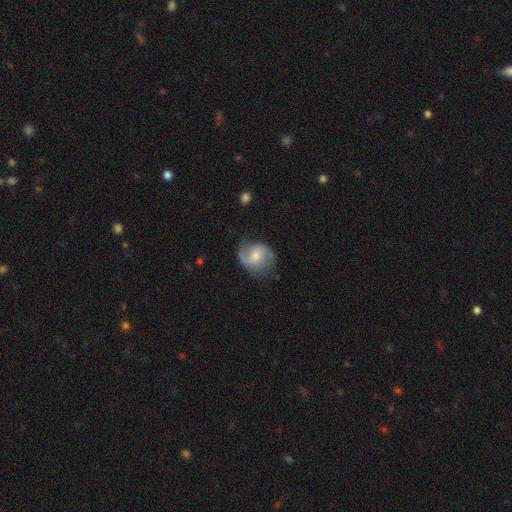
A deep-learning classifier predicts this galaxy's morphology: Smooth or featured: featured or disk — 77% (smooth — 17%)
Edge-on disk: no — 98% (yes — 2%)
Bar: weak — 49% (no — 39%)
Spiral arms: yes — 94% (no — 6%)
Spiral winding: medium — 48% (loose — 35%)
Spiral arm count: 2 — 86% (can't tell — 5%)
Bulge size: small — 47% (moderate — 45%)
Merging: none — 71% (minor disturbance — 19%)